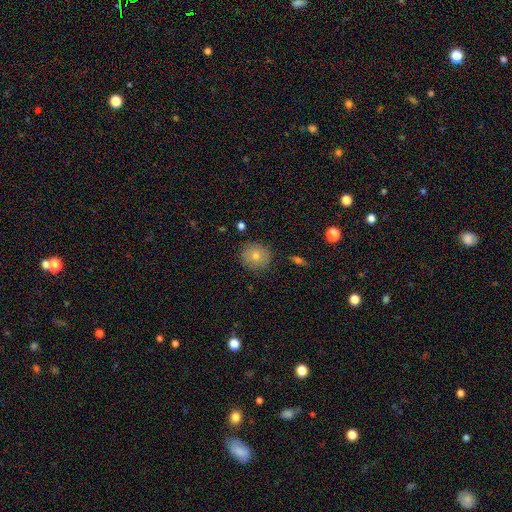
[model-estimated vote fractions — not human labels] smooth 72%, featured or disk 17%, star or artifact 12%. Down the decision tree: how rounded — round (91%); merging — none (88%).